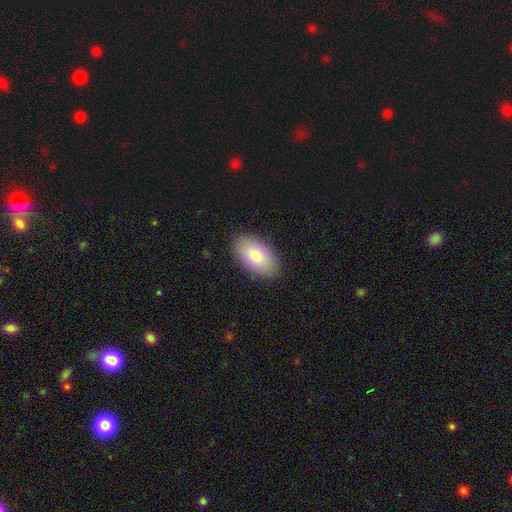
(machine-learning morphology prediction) Smooth or featured?
  - smooth: 82% *
  - featured or disk: 12%
  - star or artifact: 7%
How rounded?
  - in between: 94% *
  - round: 4%
  - cigar-shaped: 2%
Merging?
  - none: 88% *
  - minor disturbance: 9%
  - major disturbance: 2%
  - merger: 1%